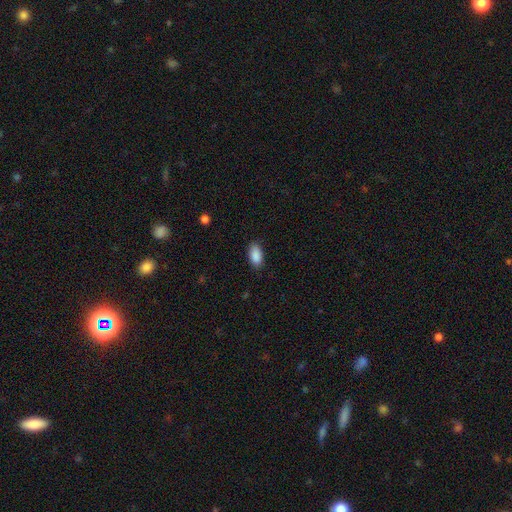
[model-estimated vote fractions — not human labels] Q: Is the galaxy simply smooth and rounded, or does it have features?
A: smooth — 89%.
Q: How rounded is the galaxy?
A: in between — 92%.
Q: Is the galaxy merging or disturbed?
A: none — 84%.